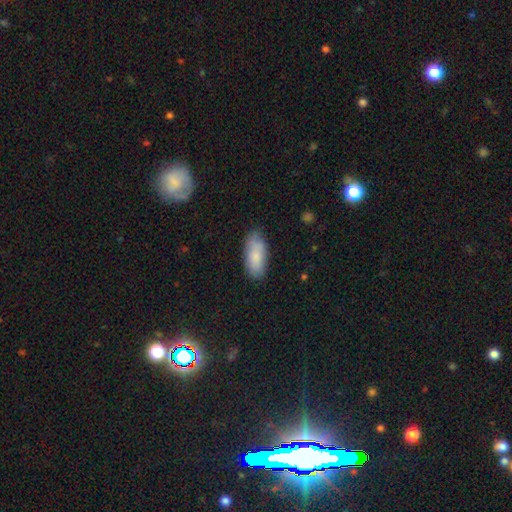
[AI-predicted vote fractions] The model was most divided on "merging": none: 75%, minor disturbance: 19%, major disturbance: 4%, merger: 2%. More confident: how rounded — in between (85%); smooth or featured — smooth (83%).